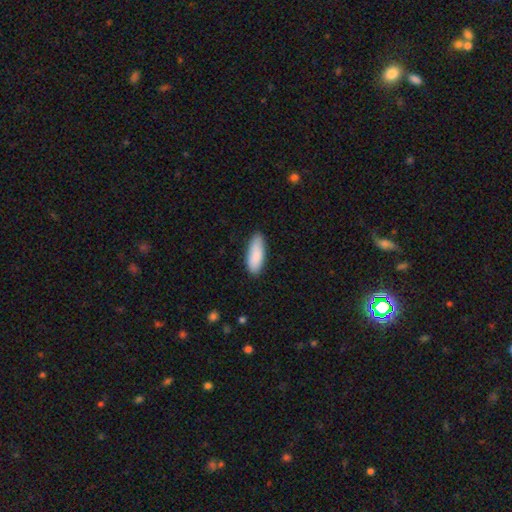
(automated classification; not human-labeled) Smooth or featured: smooth — 87% (featured or disk — 8%)
How rounded: in between — 73% (cigar-shaped — 25%)
Merging: none — 82% (minor disturbance — 15%)